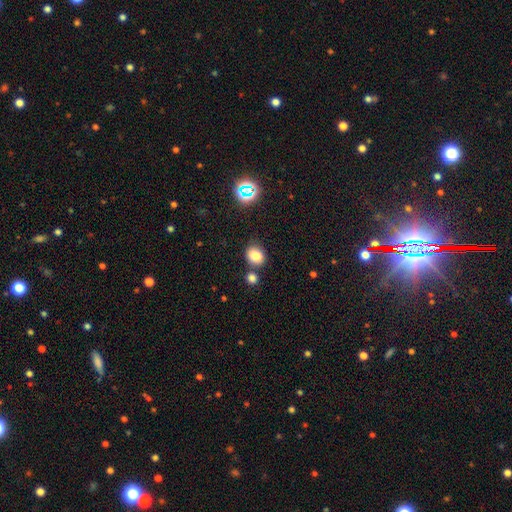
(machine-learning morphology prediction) Smooth or featured?
  - smooth: 79% *
  - star or artifact: 14%
  - featured or disk: 7%
How rounded?
  - round: 61% *
  - in between: 38%
  - cigar-shaped: 1%
Merging?
  - none: 70% *
  - merger: 14%
  - minor disturbance: 12%
  - major disturbance: 3%